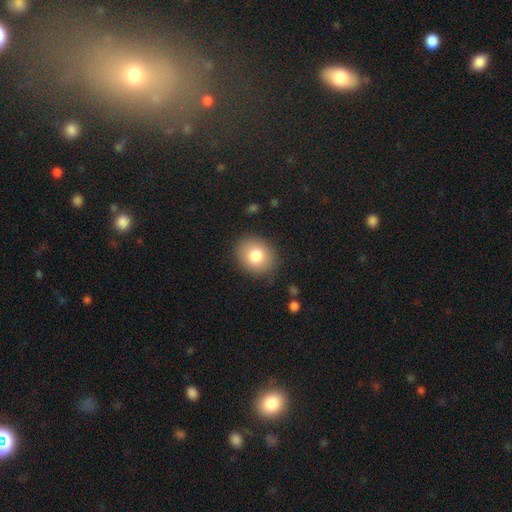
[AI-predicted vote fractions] Smooth or featured? smooth (80%)
How rounded? round (66%)
Merging? none (86%)